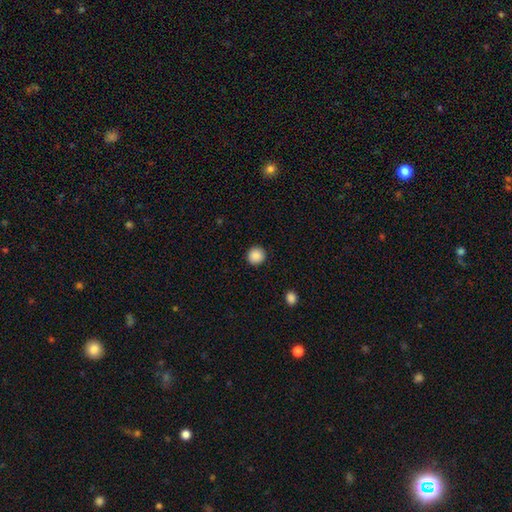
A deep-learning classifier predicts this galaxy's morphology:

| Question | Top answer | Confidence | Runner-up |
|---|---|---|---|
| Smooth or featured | smooth | 88% | star or artifact (9%) |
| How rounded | round | 93% | in between (6%) |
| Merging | none | 92% | minor disturbance (5%) |